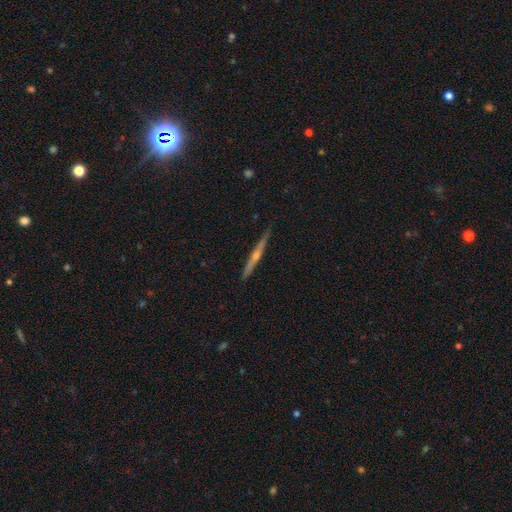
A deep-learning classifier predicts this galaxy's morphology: Smooth or featured: featured or disk — 76% (smooth — 18%)
Edge-on disk: yes — 98% (no — 2%)
Edge-on bulge: rounded — 83% (none — 13%)
Merging: none — 89% (minor disturbance — 8%)